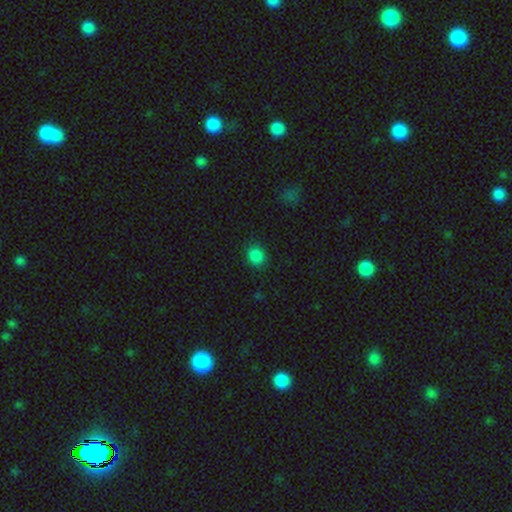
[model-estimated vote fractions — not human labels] This appears to be a smooth galaxy with no disk features (85%) that is round (80%). Merging: none (88%).